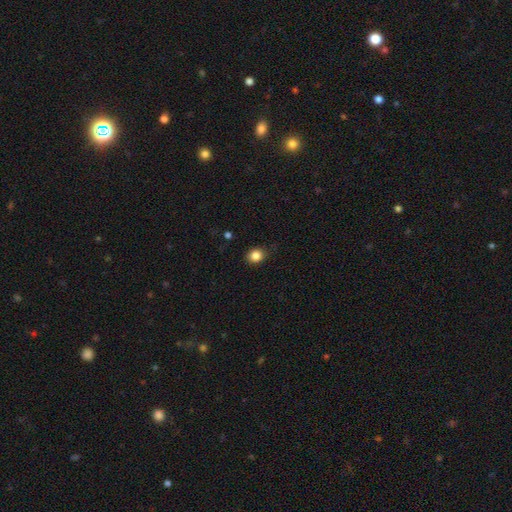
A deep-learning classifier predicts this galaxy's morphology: Smooth or featured? smooth (85%)
How rounded? round (61%)
Merging? none (83%)